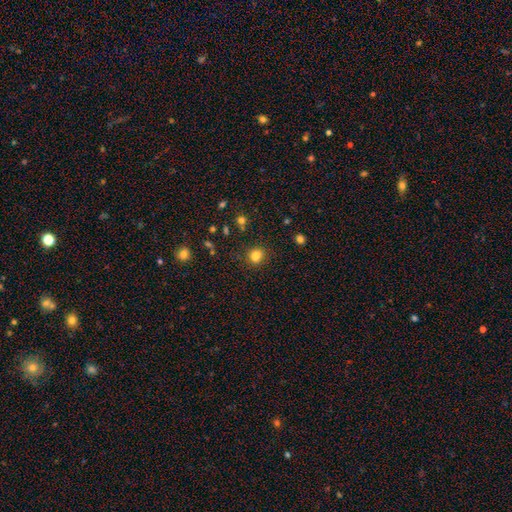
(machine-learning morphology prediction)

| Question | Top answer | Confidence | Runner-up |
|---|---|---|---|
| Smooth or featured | smooth | 81% | star or artifact (14%) |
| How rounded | round | 69% | in between (30%) |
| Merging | none | 76% | minor disturbance (12%) |